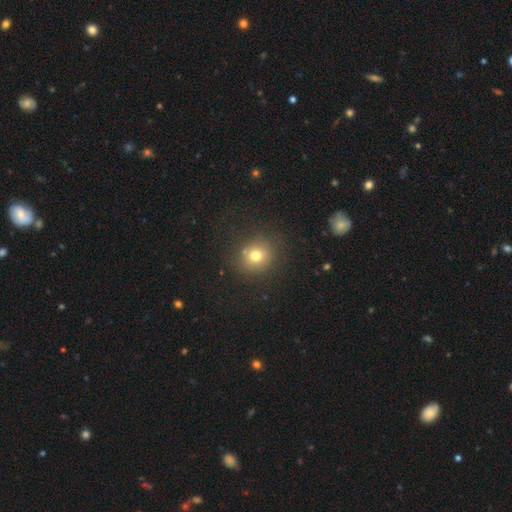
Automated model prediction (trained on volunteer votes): This is likely a smooth galaxy (74%). How rounded: clearly round (85%). Merging: clearly none (81%).